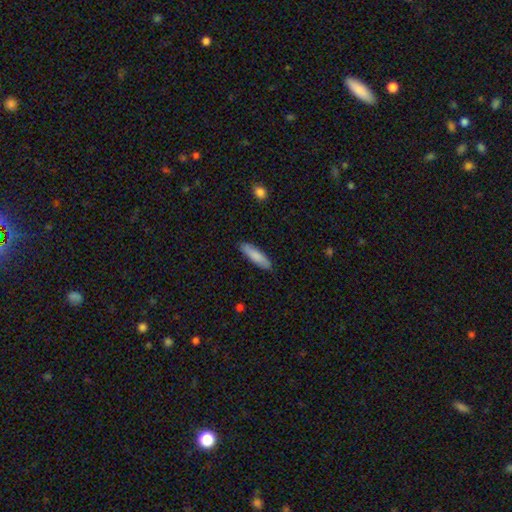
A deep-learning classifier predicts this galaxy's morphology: Overall: smooth (83%). How rounded: cigar-shaped (69%; in between 29%). Merging: none (89%).